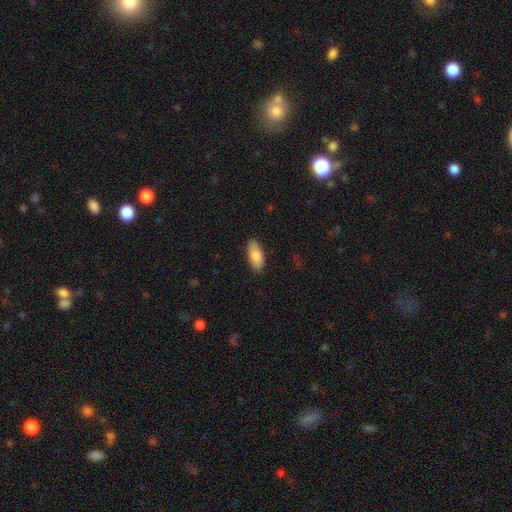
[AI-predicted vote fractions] This is clearly a smooth galaxy (85%). How rounded: clearly in between (87%). Merging: clearly none (87%).